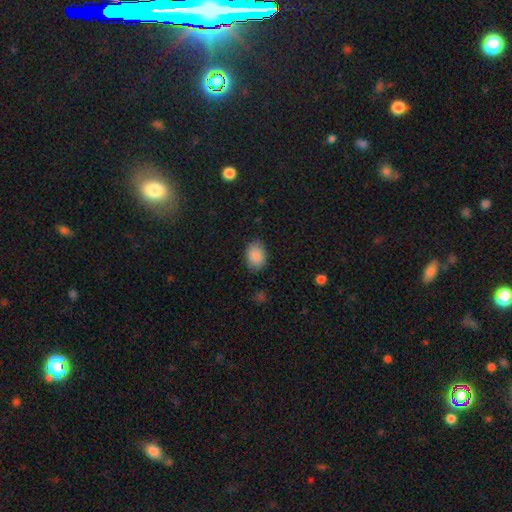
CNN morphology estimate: type=smooth (88%); roundness=in between (76%); merging=none (83%).